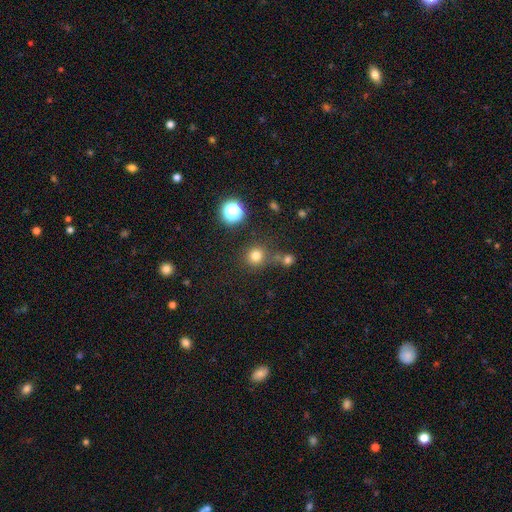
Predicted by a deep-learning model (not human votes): Smooth or featured: smooth — 76% (star or artifact — 18%)
How rounded: round — 92% (in between — 7%)
Merging: none — 76% (merger — 10%)